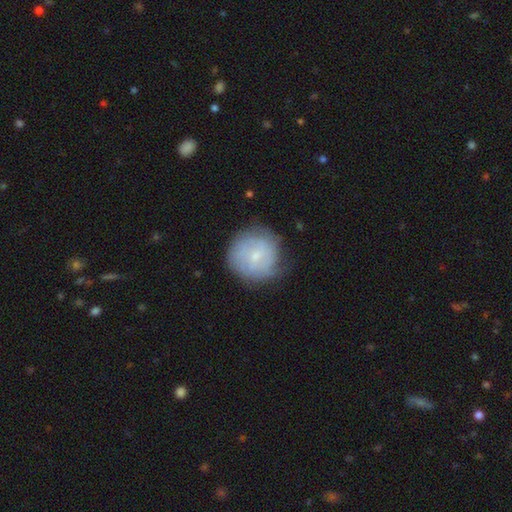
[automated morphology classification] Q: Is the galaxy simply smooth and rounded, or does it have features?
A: smooth — 49%.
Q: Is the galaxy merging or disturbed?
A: none — 68%.